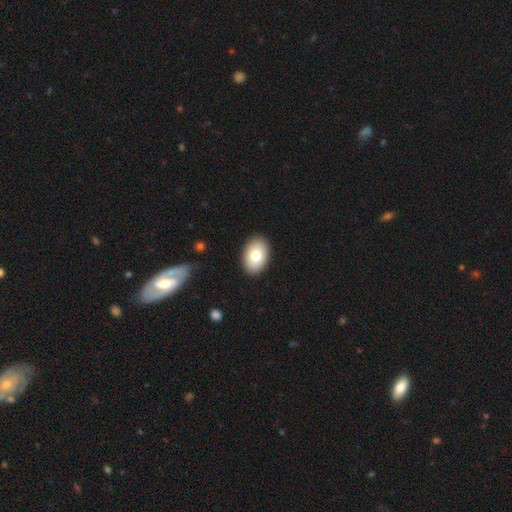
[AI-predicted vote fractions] Smooth or featured? Predicted: smooth (p=0.75). How rounded? Predicted: in between (p=0.85). Merging? Predicted: none (p=0.90).